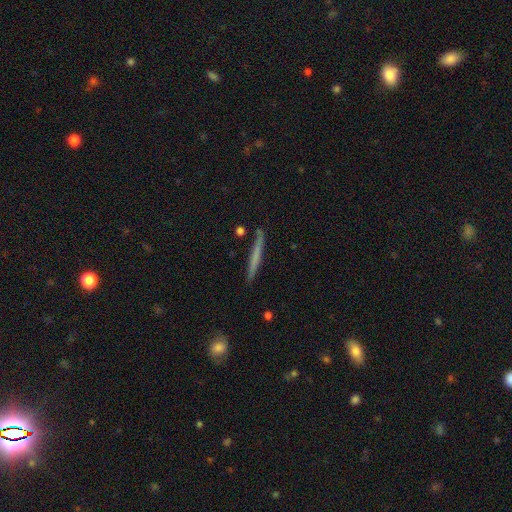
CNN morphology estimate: smooth_or_featured: smooth (p=0.54) [alt: featured or disk p=0.40]
how_rounded: cigar-shaped (p=0.96) [alt: in between p=0.02]
merging: none (p=0.88) [alt: minor disturbance p=0.08]